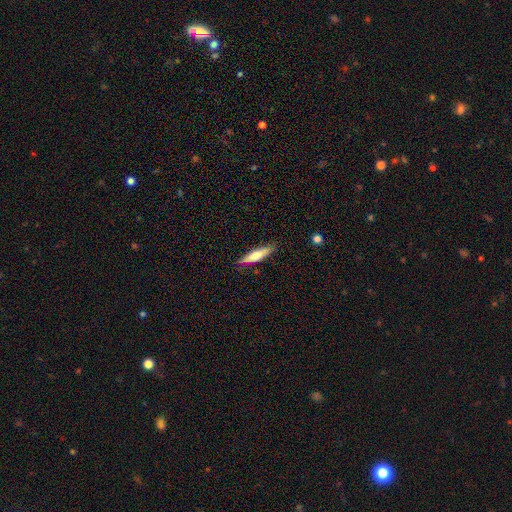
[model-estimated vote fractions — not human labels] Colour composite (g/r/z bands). It shows a smooth galaxy with no disk features (59%) that is cigar-shaped (78%). Merging: none (84%).